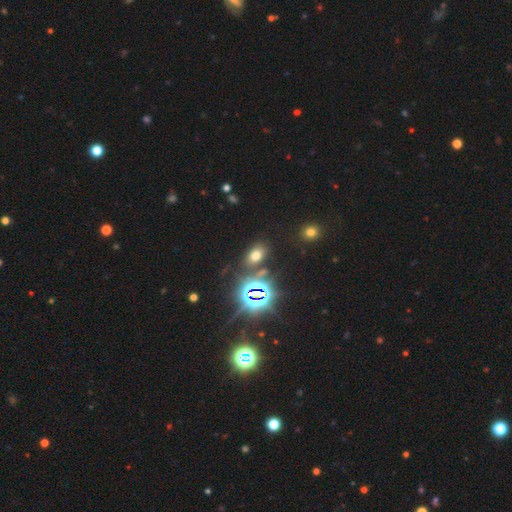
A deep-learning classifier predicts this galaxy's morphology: Smooth or featured? smooth (55%)
How rounded? in between (81%)
Merging? none (79%)